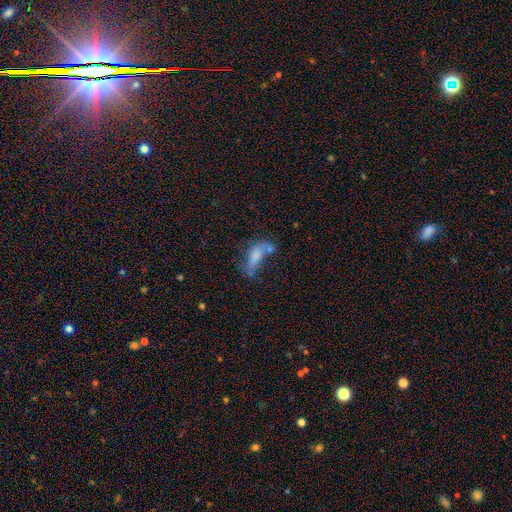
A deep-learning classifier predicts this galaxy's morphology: smooth 62%, featured or disk 26%, star or artifact 12%. Down the decision tree: how rounded — in between (69%); merging — merger (28%).